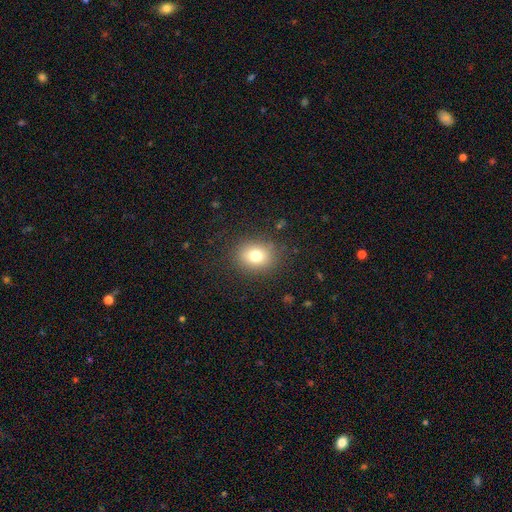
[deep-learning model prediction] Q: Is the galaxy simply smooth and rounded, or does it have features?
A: smooth — 77%.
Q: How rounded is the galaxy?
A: round — 59%.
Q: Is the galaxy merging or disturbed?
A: none — 85%.